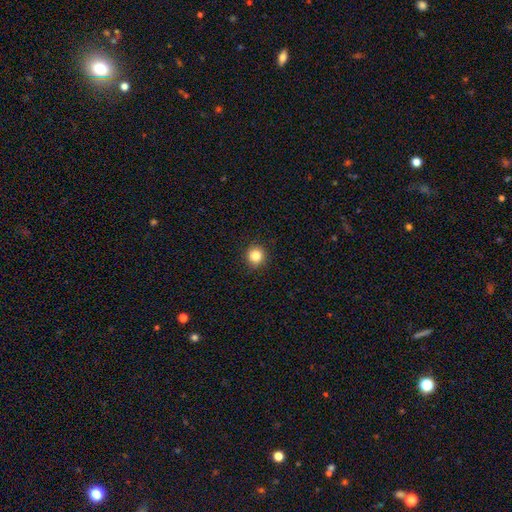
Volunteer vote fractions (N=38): This appears to be a smooth galaxy with no disk features (89%) that is round (97%). Merging: none (89%).